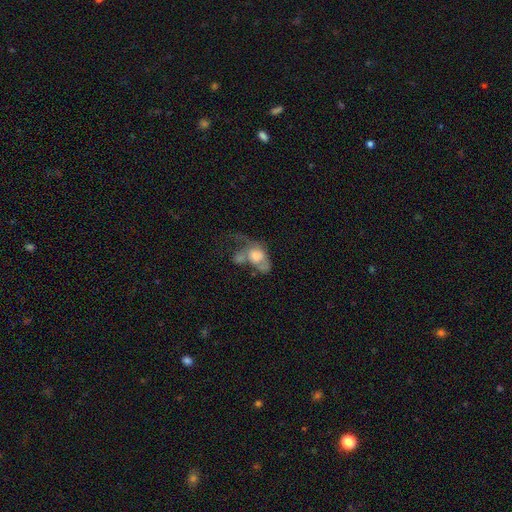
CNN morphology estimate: Overall: featured or disk (48%; smooth 42%). Merging: major disturbance (42%; merger 33%).